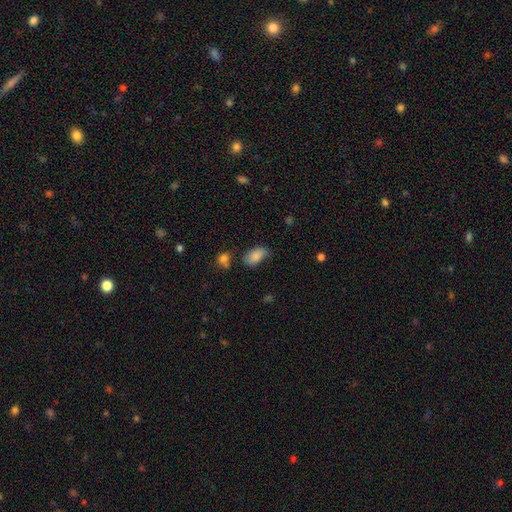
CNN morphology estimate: This appears to be a smooth galaxy with no disk features (84%) that is in between round and cigar-shaped (92%). Merging: none (52%).